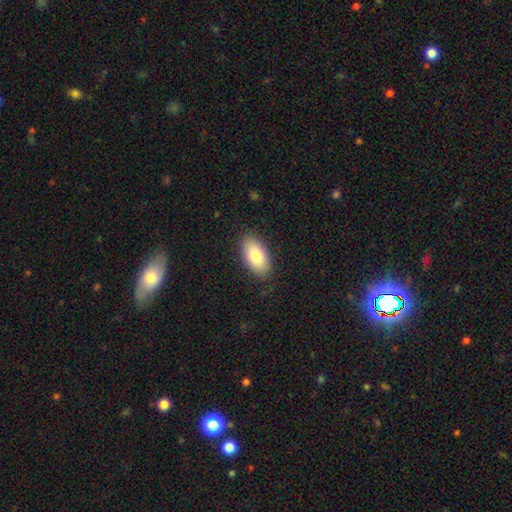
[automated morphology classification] smooth_or_featured: smooth (p=0.80) [alt: featured or disk p=0.14]
how_rounded: in between (p=0.94) [alt: round p=0.03]
merging: none (p=0.87) [alt: minor disturbance p=0.10]